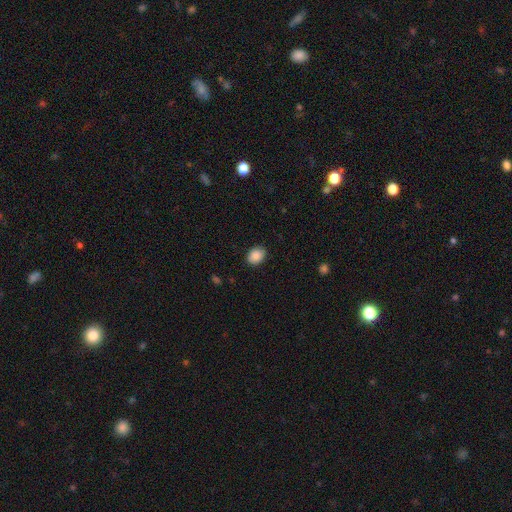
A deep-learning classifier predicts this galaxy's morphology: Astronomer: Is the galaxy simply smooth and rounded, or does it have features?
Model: smooth — 88%.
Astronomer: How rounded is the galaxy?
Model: in between — 56% (runner-up: round, 43%).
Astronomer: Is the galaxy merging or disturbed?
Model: none — 87%.